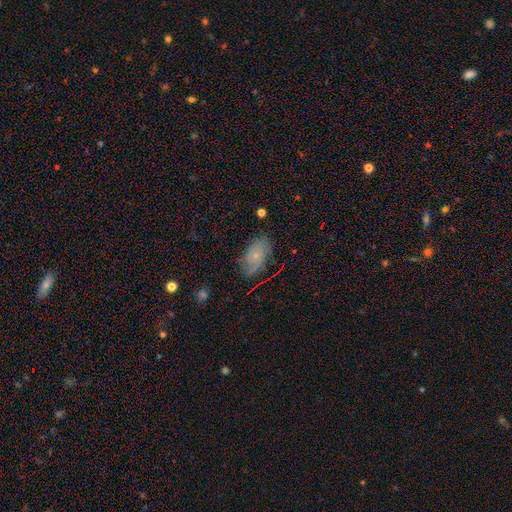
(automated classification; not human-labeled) The model was most divided on "smooth or featured": smooth: 45%, featured or disk: 44%, star or artifact: 11%. More confident: merging — none (66%).